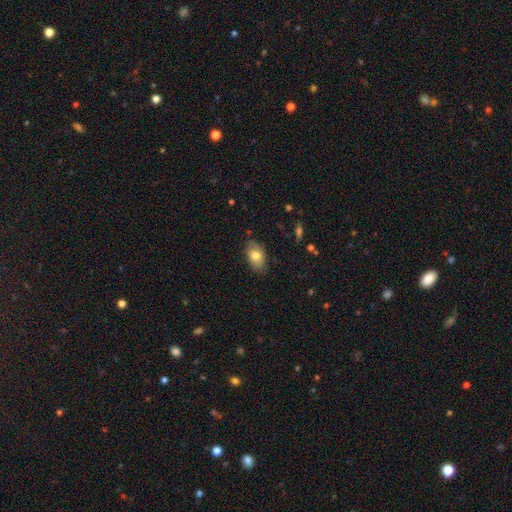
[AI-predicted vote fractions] This is likely a smooth galaxy (78%). How rounded: clearly in between (91%). Merging: clearly none (81%).